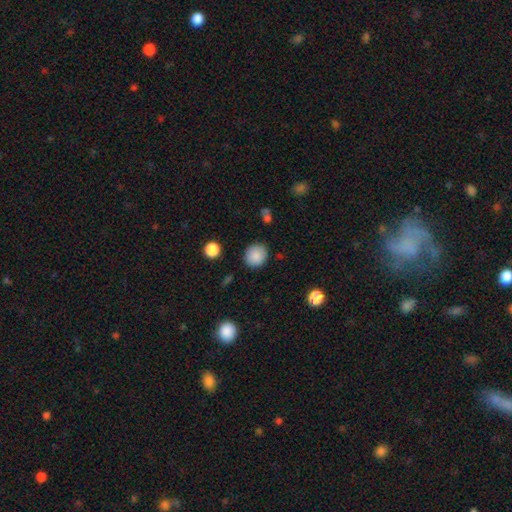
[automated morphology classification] This is clearly a smooth galaxy (87%). How rounded: clearly round (82%). Merging: clearly none (87%).